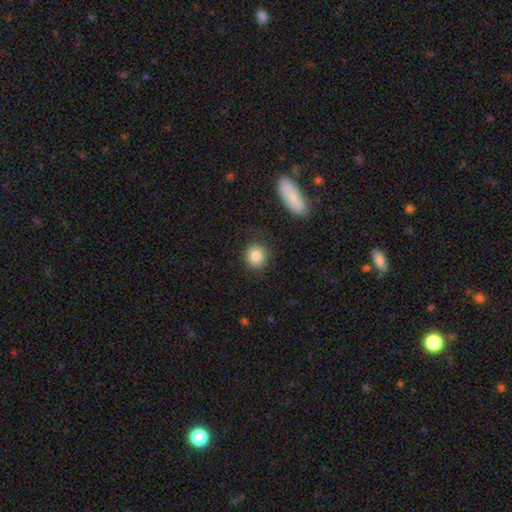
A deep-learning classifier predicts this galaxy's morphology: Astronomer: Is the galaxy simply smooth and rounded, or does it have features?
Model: smooth — 84%.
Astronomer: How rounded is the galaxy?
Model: round — 85%.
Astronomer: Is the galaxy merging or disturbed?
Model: none — 87%.